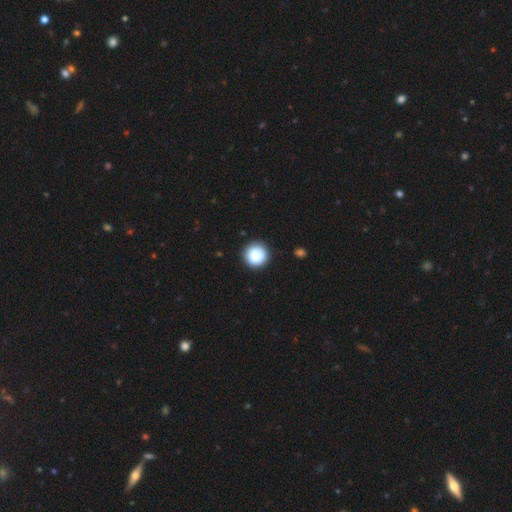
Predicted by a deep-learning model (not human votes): smooth-or-featured: smooth: 84% | star or artifact: 9% | featured or disk: 8%
  how-rounded: round: 96% | in between: 3% | cigar-shaped: 1%
  merging: none: 89% | minor disturbance: 8% | major disturbance: 2% | merger: 1%